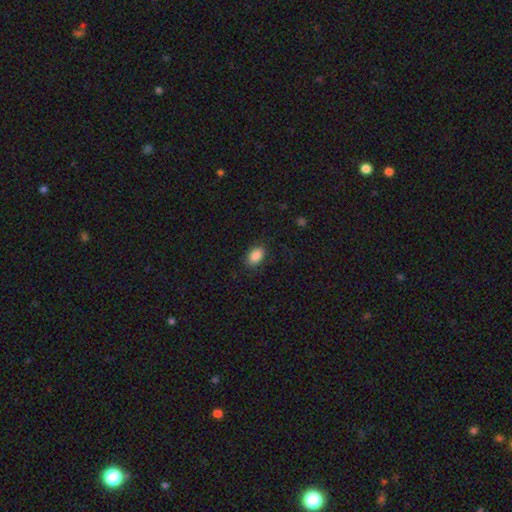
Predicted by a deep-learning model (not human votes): smooth 89%, star or artifact 8%, featured or disk 4%. Down the decision tree: how rounded — in between (89%); merging — none (85%).